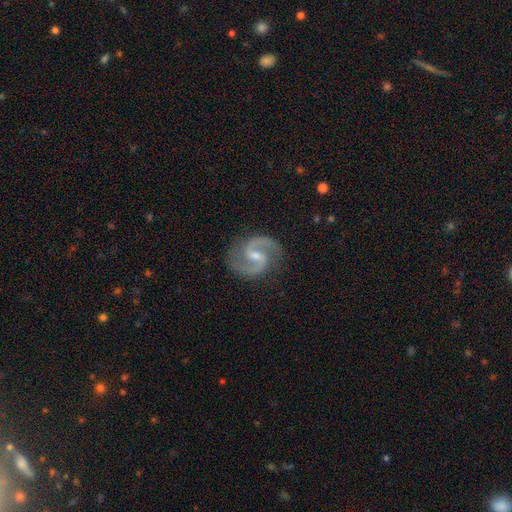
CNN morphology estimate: type=featured or disk (93%); edge-on=no (98%); bar=weak (53%); spiral arms=yes (98%); winding=medium (67%); arm count=2 (95%); bulge=small (56%); merging=none (86%).